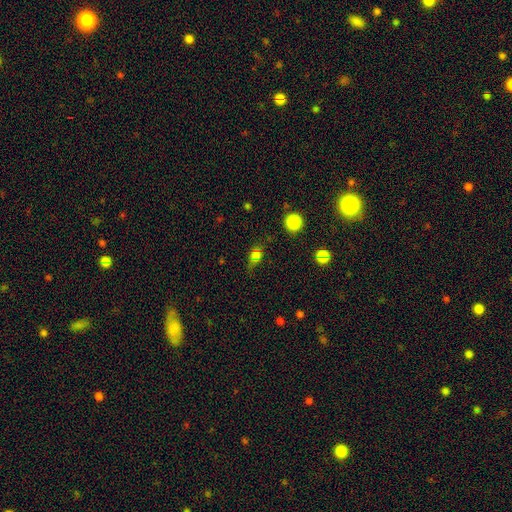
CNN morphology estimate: Smooth or featured? smooth (71%)
How rounded? in between (58%)
Merging? none (54%)